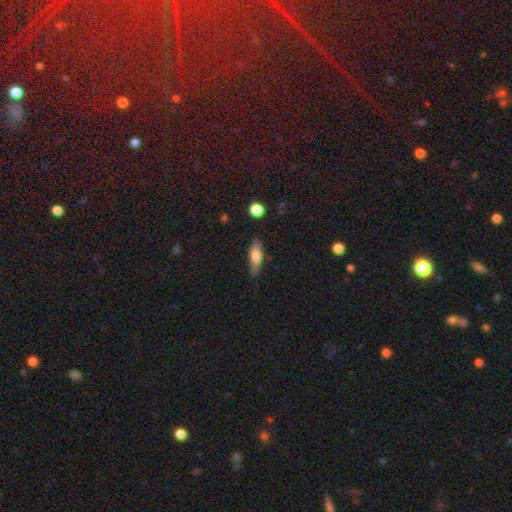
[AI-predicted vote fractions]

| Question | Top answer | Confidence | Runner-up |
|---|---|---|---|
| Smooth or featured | smooth | 67% | featured or disk (26%) |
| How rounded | in between | 58% | cigar-shaped (39%) |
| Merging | none | 73% | minor disturbance (20%) |